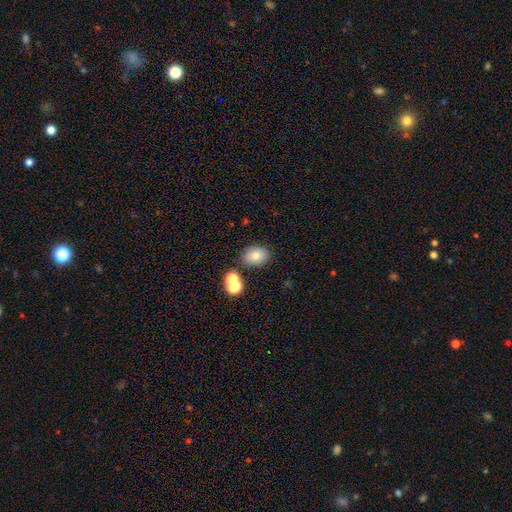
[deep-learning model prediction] smooth 77%, star or artifact 12%, featured or disk 11%. Down the decision tree: how rounded — in between (67%); merging — none (74%).